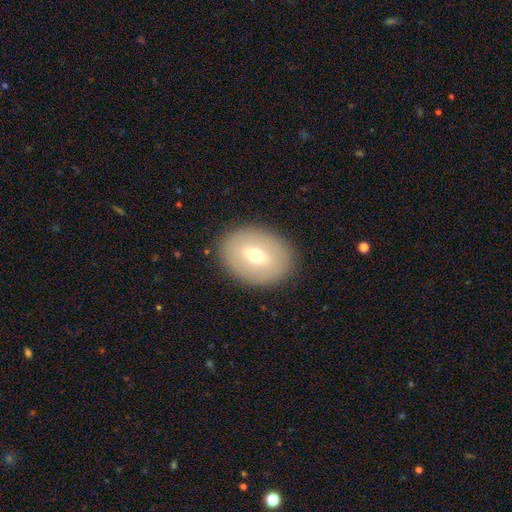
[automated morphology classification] The model was most divided on "smooth or featured": smooth: 57%, featured or disk: 34%, star or artifact: 9%. More confident: merging — none (88%); how rounded — in between (61%).